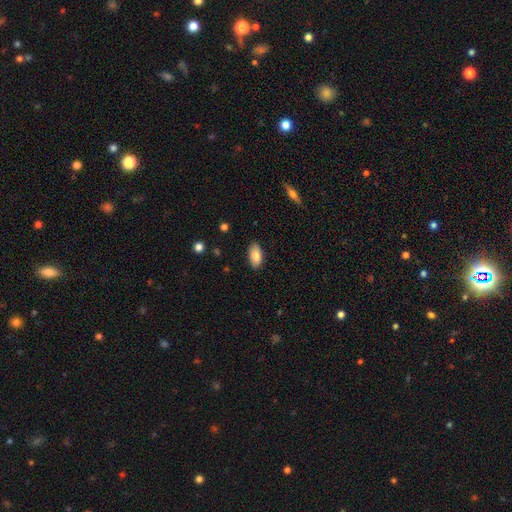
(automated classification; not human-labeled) Smooth or featured?
  - smooth: 83% *
  - featured or disk: 11%
  - star or artifact: 7%
How rounded?
  - in between: 93% *
  - cigar-shaped: 4%
  - round: 3%
Merging?
  - none: 87% *
  - minor disturbance: 10%
  - major disturbance: 2%
  - merger: 1%